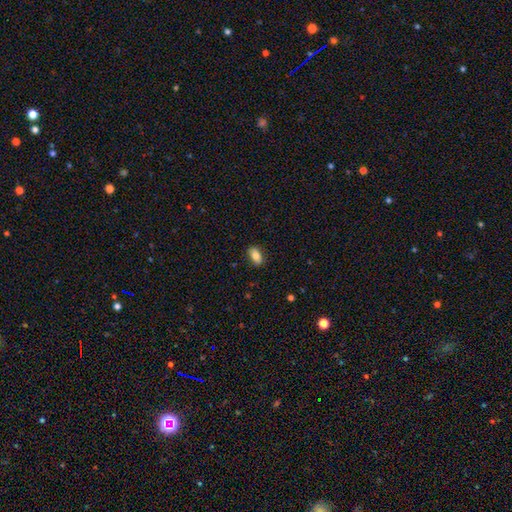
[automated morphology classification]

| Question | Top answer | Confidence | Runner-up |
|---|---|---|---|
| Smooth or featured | smooth | 81% | featured or disk (11%) |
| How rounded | in between | 87% | cigar-shaped (7%) |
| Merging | none | 85% | minor disturbance (12%) |